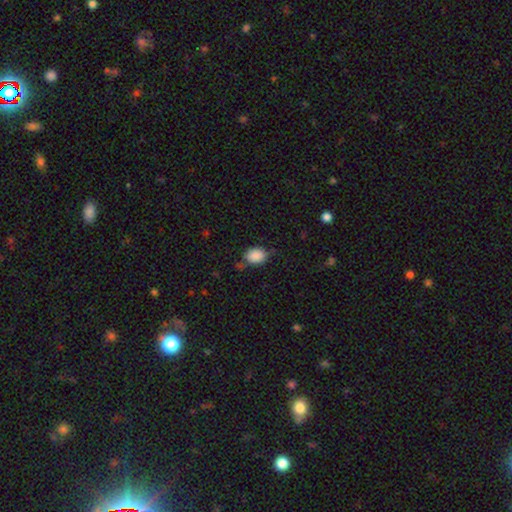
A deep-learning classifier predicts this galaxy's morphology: This appears to be a smooth galaxy with no disk features (87%) that is in between round and cigar-shaped (64%). Merging: none (66%).